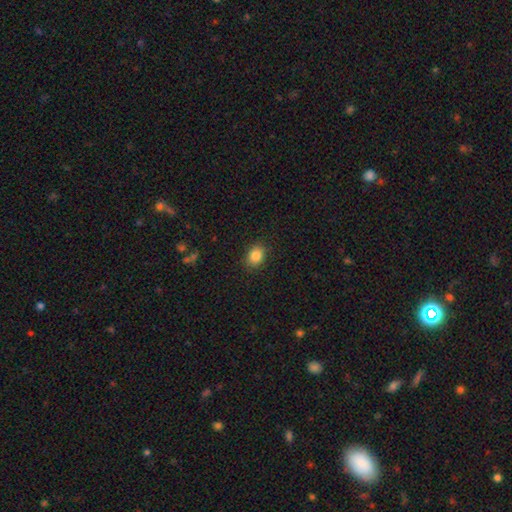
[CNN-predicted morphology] A smooth galaxy with no disk features (85%) that is in between round and cigar-shaped (57%). Merging: none (88%).